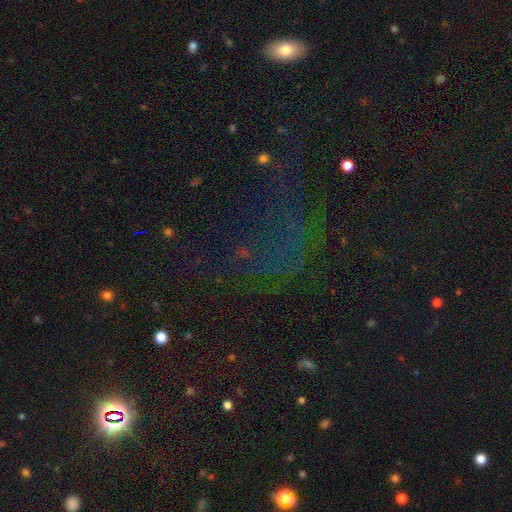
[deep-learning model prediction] Morphology: type=star or artifact (55%).